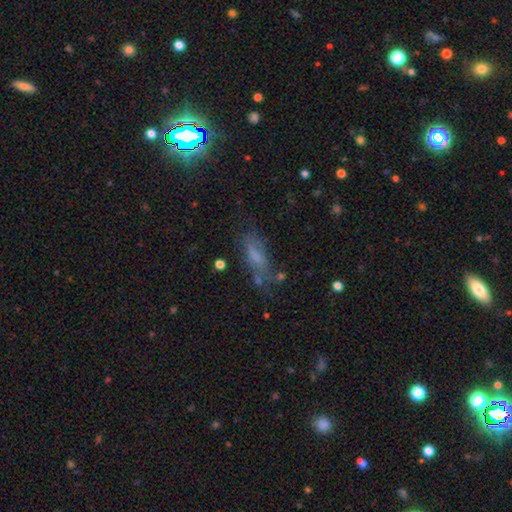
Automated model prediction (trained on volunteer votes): Overall: smooth (56%; featured or disk 28%). How rounded: in between (60%; cigar-shaped 36%). Merging: none (54%; minor disturbance 24%).